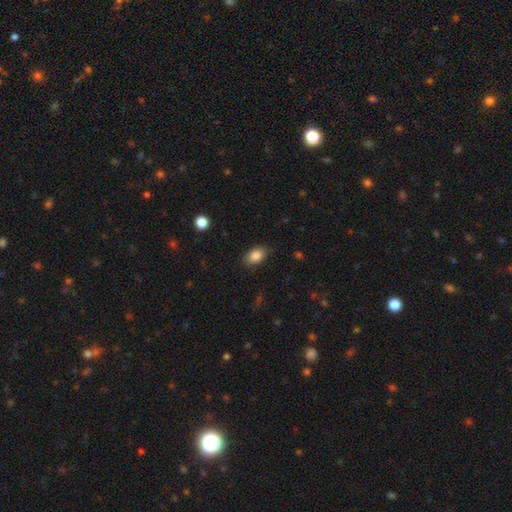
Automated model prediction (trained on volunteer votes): The model was most divided on "merging": none: 83%, minor disturbance: 13%, major disturbance: 3%, merger: 1%. More confident: smooth or featured — smooth (86%); how rounded — in between (86%).